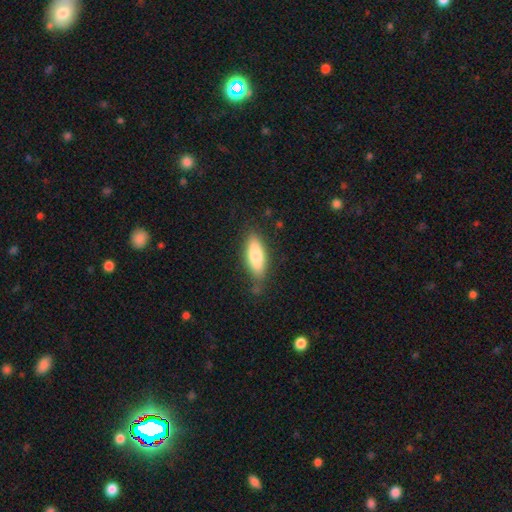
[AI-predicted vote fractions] smooth_or_featured: smooth (p=0.78) [alt: featured or disk p=0.16]
how_rounded: in between (p=0.64) [alt: cigar-shaped p=0.34]
merging: none (p=0.76) [alt: minor disturbance p=0.17]